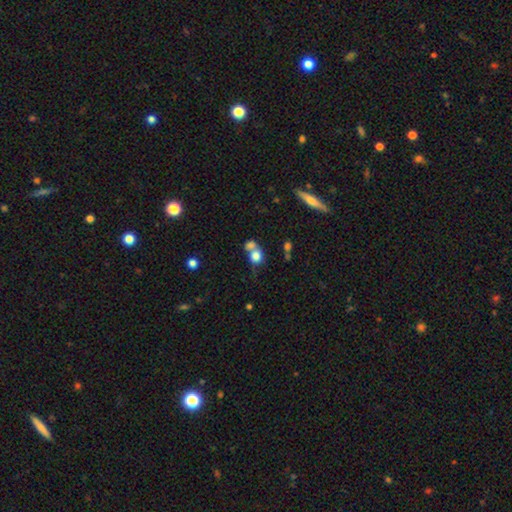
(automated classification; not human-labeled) Smooth or featured? Predicted: smooth (p=0.77). How rounded? Predicted: round (p=0.72). Merging? Predicted: merger (p=0.51).